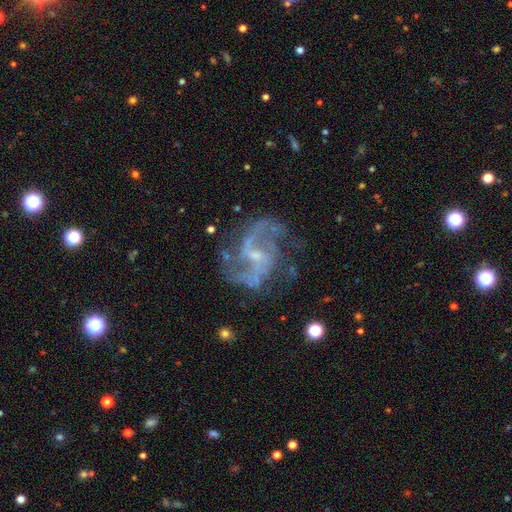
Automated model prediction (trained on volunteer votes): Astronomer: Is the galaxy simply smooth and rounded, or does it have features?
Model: featured or disk — 89%.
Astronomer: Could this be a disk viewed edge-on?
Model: no — 98%.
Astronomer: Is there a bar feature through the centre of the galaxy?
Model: weak — 52% (runner-up: no, 31%).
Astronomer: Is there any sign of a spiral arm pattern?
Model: yes — 96%.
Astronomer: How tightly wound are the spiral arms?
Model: medium — 50% (runner-up: loose, 39%).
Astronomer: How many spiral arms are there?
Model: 2 — 82%.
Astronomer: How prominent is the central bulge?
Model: small — 66%.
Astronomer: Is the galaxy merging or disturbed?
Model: none — 67%.